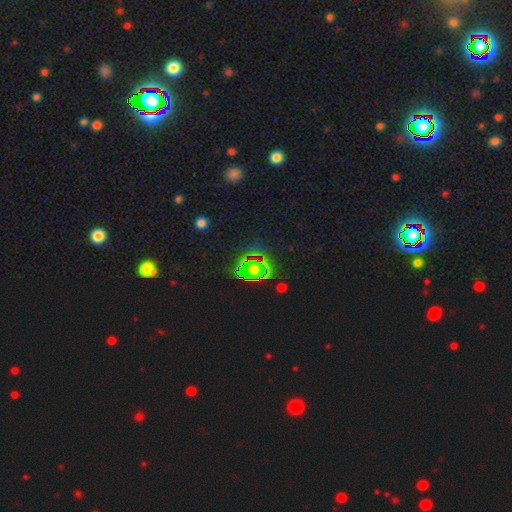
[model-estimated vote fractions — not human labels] Morphology: type=star or artifact (78%).